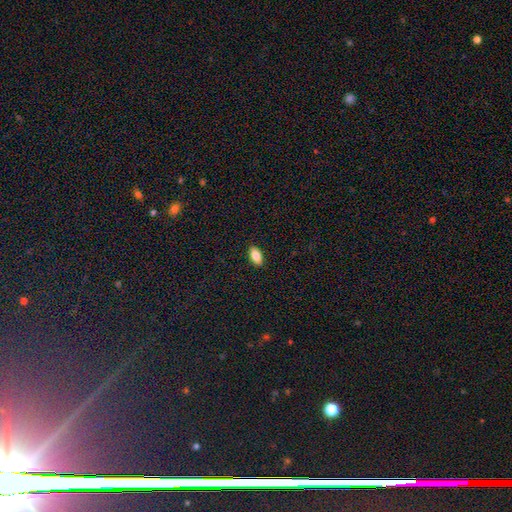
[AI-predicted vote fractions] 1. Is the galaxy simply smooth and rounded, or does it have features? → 83% smooth, 10% featured or disk, 7% star or artifact.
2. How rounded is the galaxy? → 91% in between, 6% cigar-shaped, 3% round.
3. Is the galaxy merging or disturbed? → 90% none, 7% minor disturbance, 2% major disturbance, 1% merger.